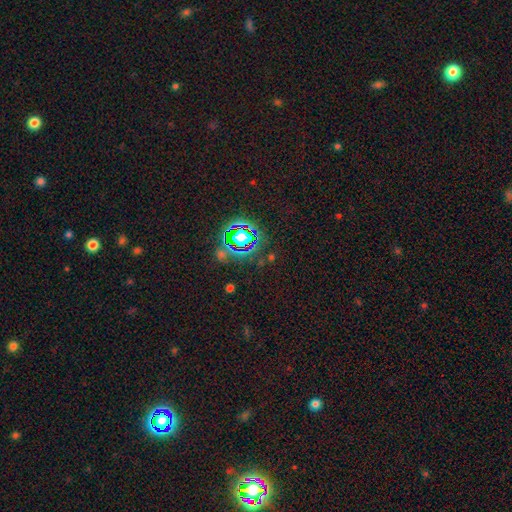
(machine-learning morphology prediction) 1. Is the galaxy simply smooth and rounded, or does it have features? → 80% star or artifact, 12% smooth, 8% featured or disk.